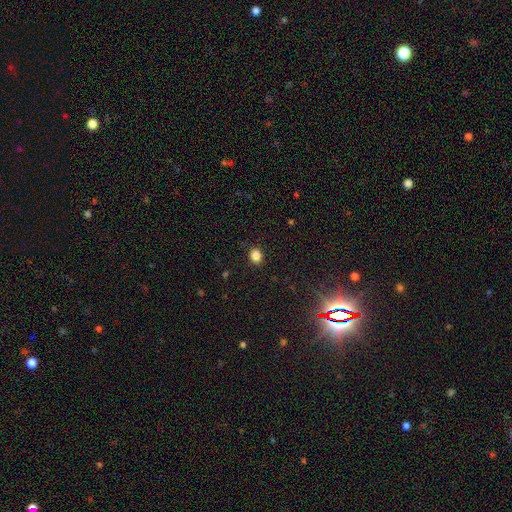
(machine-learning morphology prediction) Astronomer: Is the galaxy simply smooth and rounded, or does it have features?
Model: smooth — 84%.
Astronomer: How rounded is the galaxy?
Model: round — 63%.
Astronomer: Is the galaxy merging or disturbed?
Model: none — 89%.